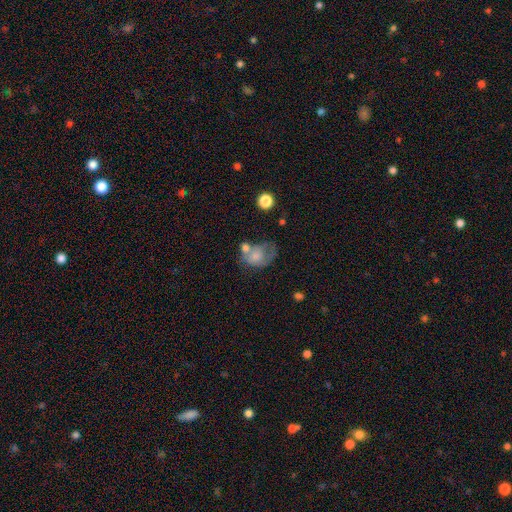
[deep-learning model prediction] This appears to be a smooth galaxy with no disk features (54%) that is in between round and cigar-shaped (63%). Merging: major disturbance (29%, tied with merger).